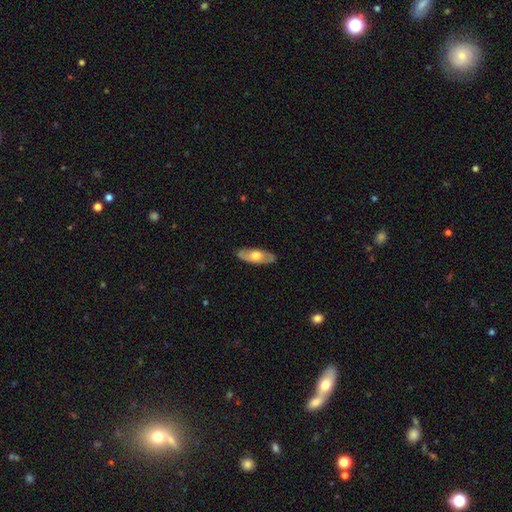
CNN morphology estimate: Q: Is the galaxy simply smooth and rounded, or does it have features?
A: smooth — 47%, tied with featured or disk.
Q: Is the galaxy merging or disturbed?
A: none — 85%.